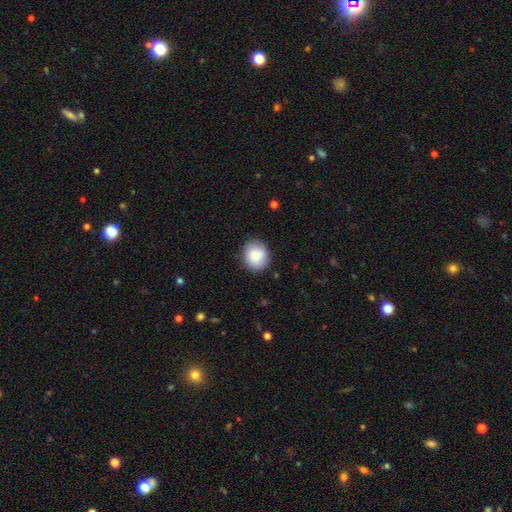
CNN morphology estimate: Overall: smooth (83%). How rounded: round (77%). Merging: none (85%).